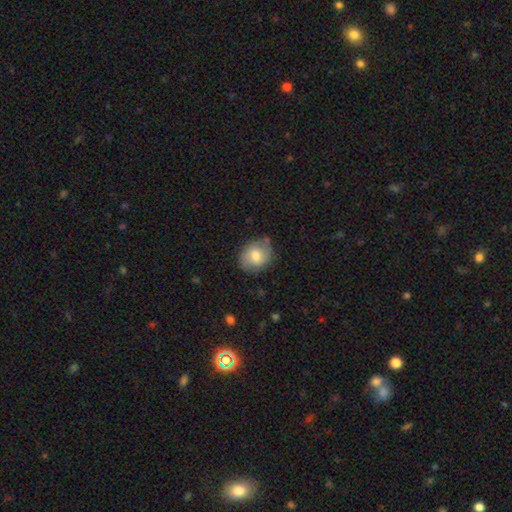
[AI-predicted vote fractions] A smooth galaxy with no disk features (72%) that is in between round and cigar-shaped (50%).

Vote fractions:
- Smooth or featured? smooth: 72% / featured or disk: 21% / star or artifact: 7%
- How rounded? in between: 50% / round: 49% / cigar-shaped: 1%
- Merging? none: 75% / minor disturbance: 19% / major disturbance: 4% / merger: 2%